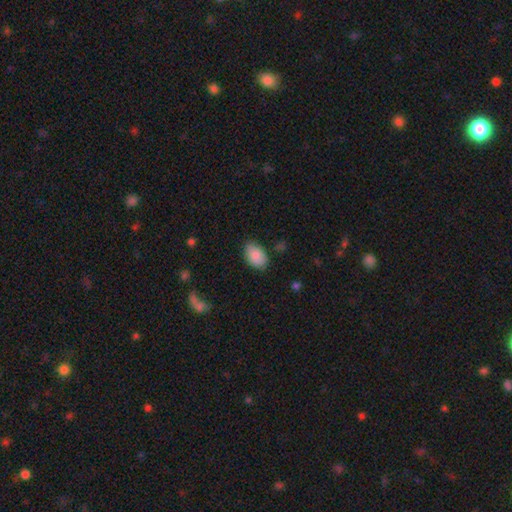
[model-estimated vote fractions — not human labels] Q: Smooth or featured?
A: smooth (88%); runner-up: star or artifact (7%)
Q: How rounded?
A: in between (90%); runner-up: round (9%)
Q: Merging?
A: none (77%); runner-up: minor disturbance (18%)